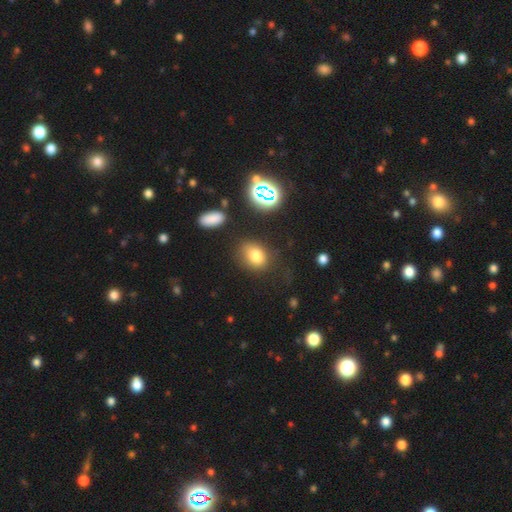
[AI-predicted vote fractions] The model was most divided on "how rounded": in between: 54%, round: 45%, cigar-shaped: 1%. More confident: smooth or featured — smooth (75%); merging — none (71%).